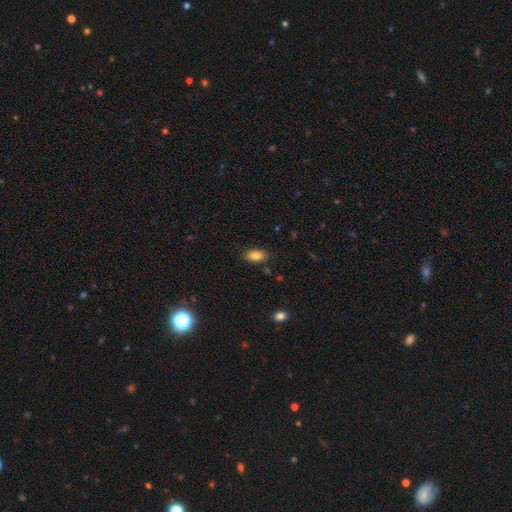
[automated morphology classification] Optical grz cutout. It shows a smooth galaxy with no disk features (84%) that is in between round and cigar-shaped (90%). Merging: none (85%).